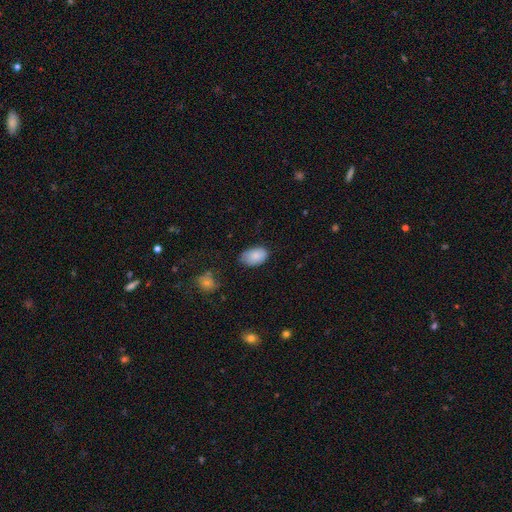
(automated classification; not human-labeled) A smooth galaxy with no disk features (85%) that is in between round and cigar-shaped (90%). Merging: none (69%).